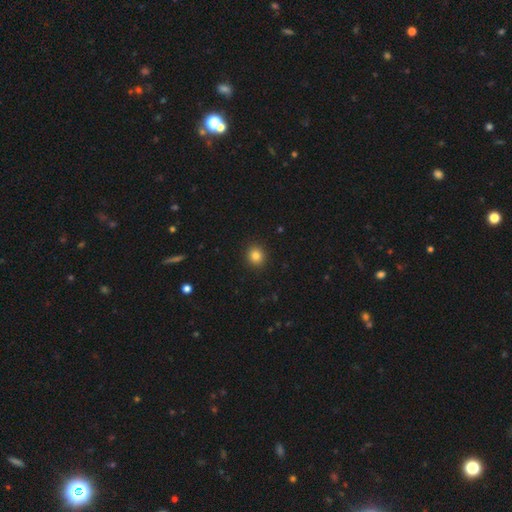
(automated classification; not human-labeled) Overall: smooth (83%). How rounded: round (86%). Merging: none (92%).